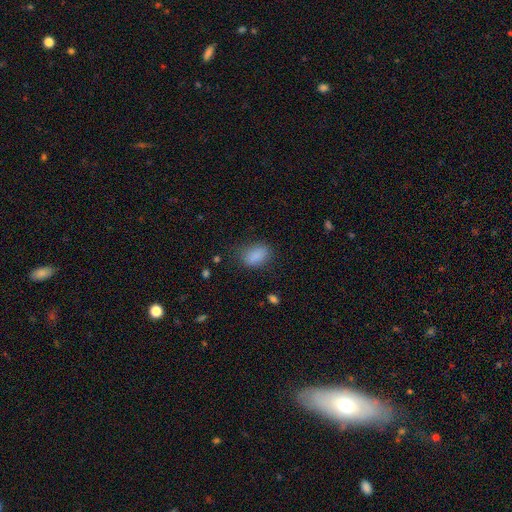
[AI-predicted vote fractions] Smooth or featured?
  - smooth: 85% *
  - star or artifact: 9%
  - featured or disk: 5%
How rounded?
  - in between: 85% *
  - round: 14%
  - cigar-shaped: 2%
Merging?
  - none: 70% *
  - minor disturbance: 21%
  - major disturbance: 7%
  - merger: 2%